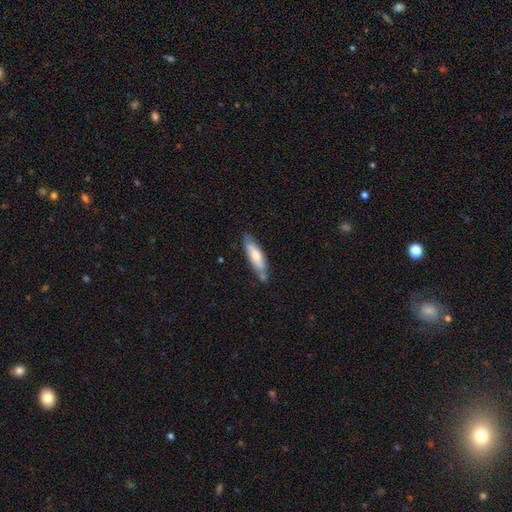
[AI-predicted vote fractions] Morphology: type=smooth (65%); roundness=cigar-shaped (64%); merging=none (68%).